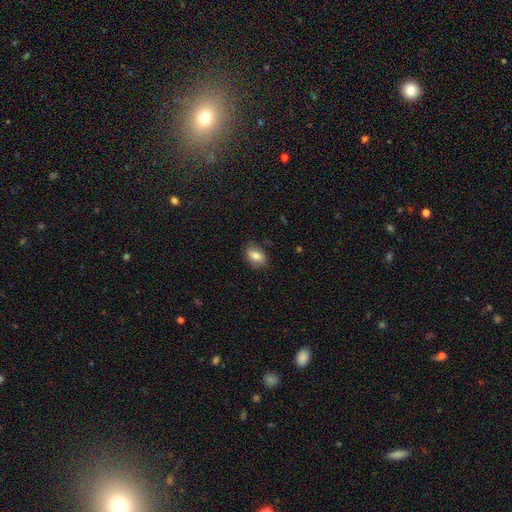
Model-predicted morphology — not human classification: type=smooth (81%); roundness=in between (86%); merging=none (80%).